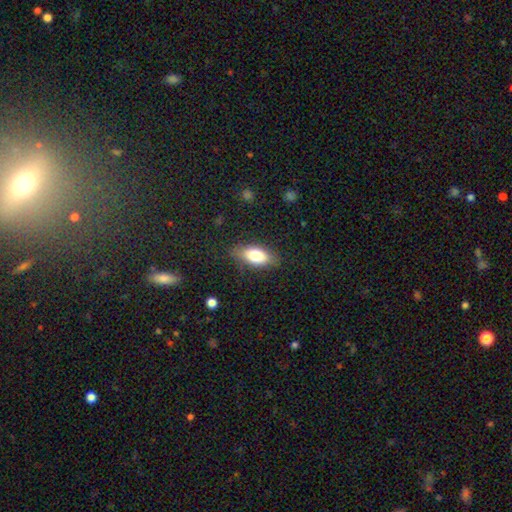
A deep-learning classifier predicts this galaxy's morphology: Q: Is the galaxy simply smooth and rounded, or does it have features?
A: smooth — 77%.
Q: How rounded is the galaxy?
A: in between — 84%.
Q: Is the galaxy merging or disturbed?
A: none — 80%.